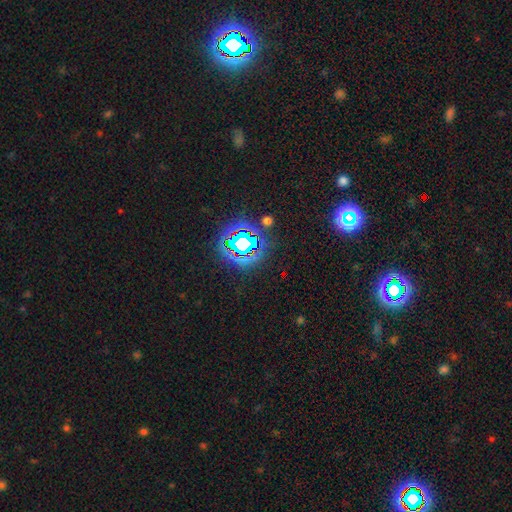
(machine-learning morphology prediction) This appears to be a star or artifact, not a galaxy (81%).